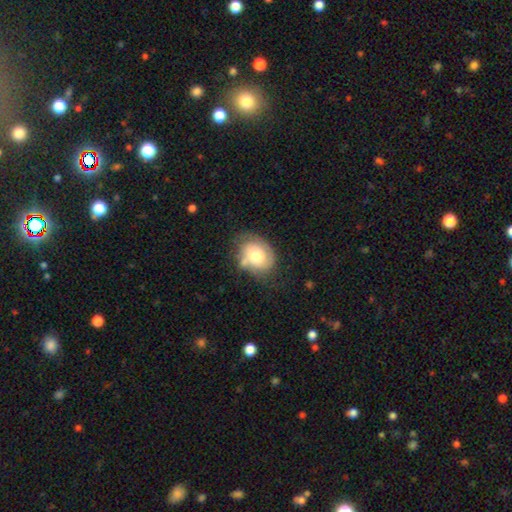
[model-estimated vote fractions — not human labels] This is possibly a smooth galaxy (47%). Merging: possibly none (54%).